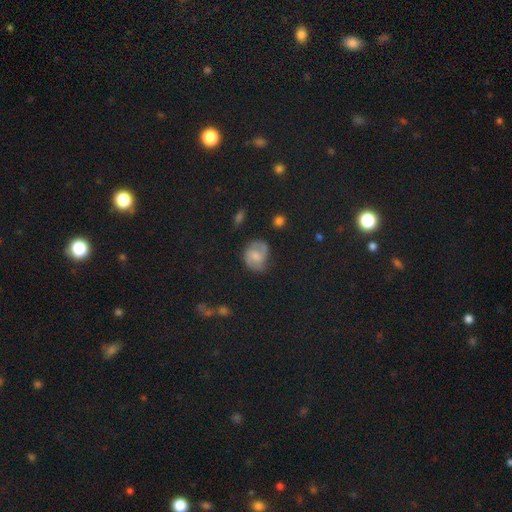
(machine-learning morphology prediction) Smooth or featured? featured or disk (50%)
Edge-on disk? no (97%)
Merging? none (63%)